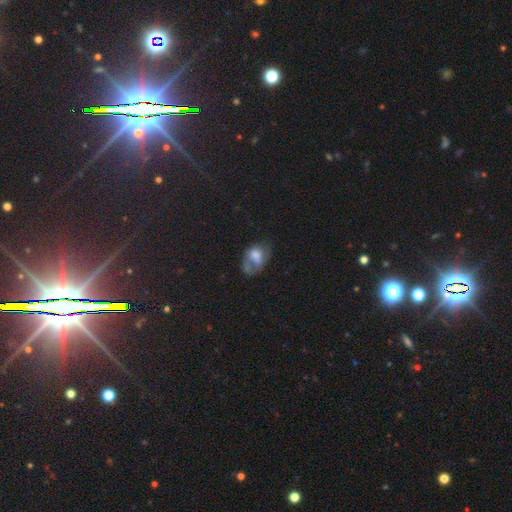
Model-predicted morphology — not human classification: Smooth or featured: smooth — 55% (featured or disk — 32%)
How rounded: in between — 76% (round — 23%)
Merging: major disturbance — 27% (none — 26%)